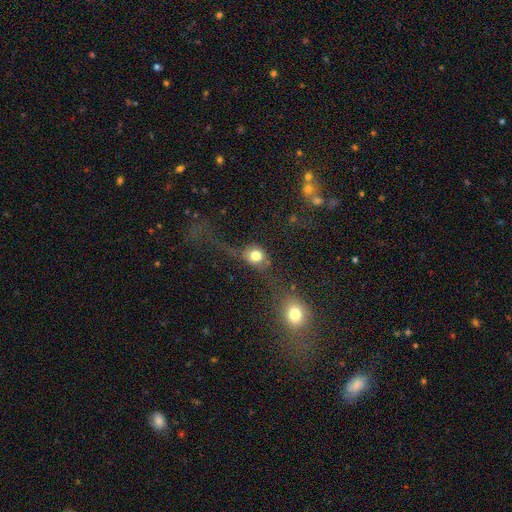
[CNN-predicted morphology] Smooth or featured?
  - smooth: 70% *
  - featured or disk: 17%
  - star or artifact: 13%
How rounded?
  - round: 73% *
  - in between: 24%
  - cigar-shaped: 3%
Merging?
  - none: 42% *
  - major disturbance: 26%
  - minor disturbance: 18%
  - merger: 15%